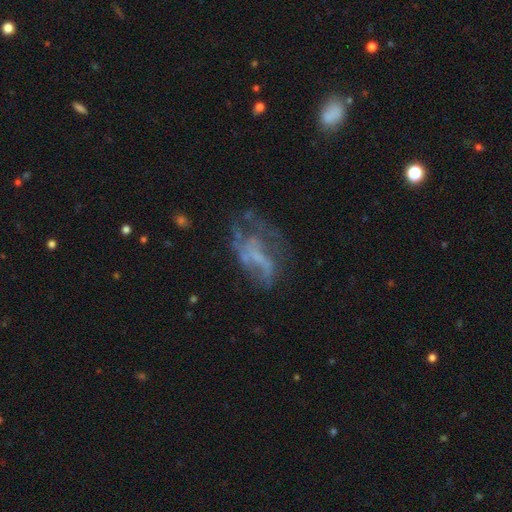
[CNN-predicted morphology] This appears to be a featured or disk galaxy (65%) with no bar (67%), no spiral arms (56%) and no central bulge (60%). Merging: none (37%, tied with major disturbance).